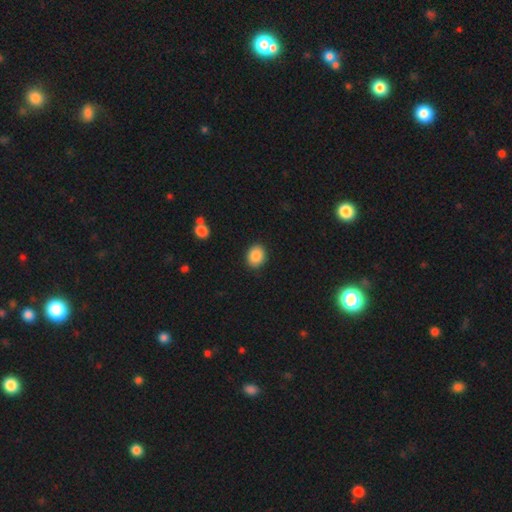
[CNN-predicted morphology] A smooth galaxy with no disk features (88%) that is round (52%).

Vote fractions:
- Smooth or featured? smooth: 88% / star or artifact: 8% / featured or disk: 4%
- How rounded? round: 52% / in between: 47% / cigar-shaped: 1%
- Merging? none: 89% / minor disturbance: 8% / major disturbance: 2% / merger: 1%